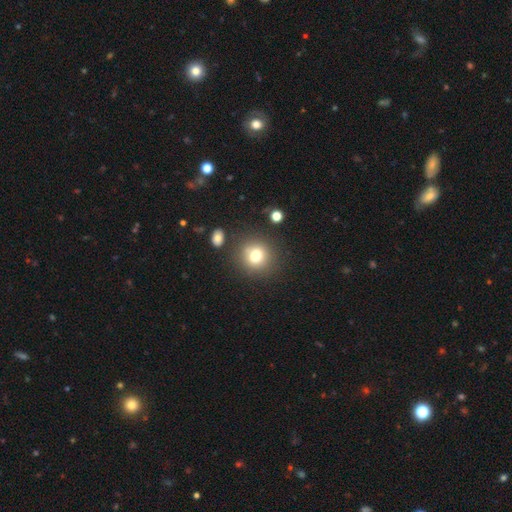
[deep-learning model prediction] Smooth or featured: smooth — 75% (star or artifact — 13%)
How rounded: round — 89% (in between — 10%)
Merging: none — 82% (minor disturbance — 9%)